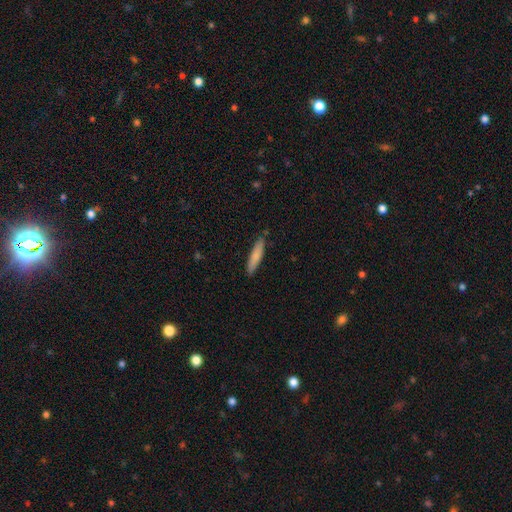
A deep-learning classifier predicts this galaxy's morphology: A smooth galaxy with no disk features (80%) that is cigar-shaped (85%).

Vote fractions:
- Smooth or featured? smooth: 80% / featured or disk: 14% / star or artifact: 6%
- How rounded? cigar-shaped: 85% / in between: 14% / round: 1%
- Merging? none: 87% / minor disturbance: 10% / major disturbance: 2% / merger: 2%